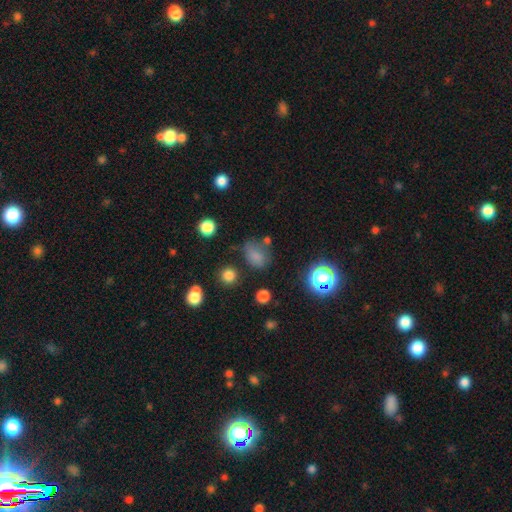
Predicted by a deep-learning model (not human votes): The model was most divided on "merging": none: 55%, minor disturbance: 25%, major disturbance: 13%, merger: 7%. More confident: smooth or featured — smooth (72%); how rounded — in between (68%).